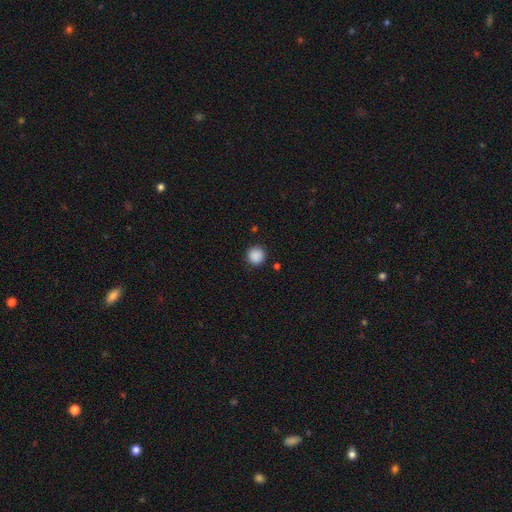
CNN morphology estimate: Smooth or featured? Predicted: smooth (p=0.88). How rounded? Predicted: round (p=0.94). Merging? Predicted: none (p=0.89).